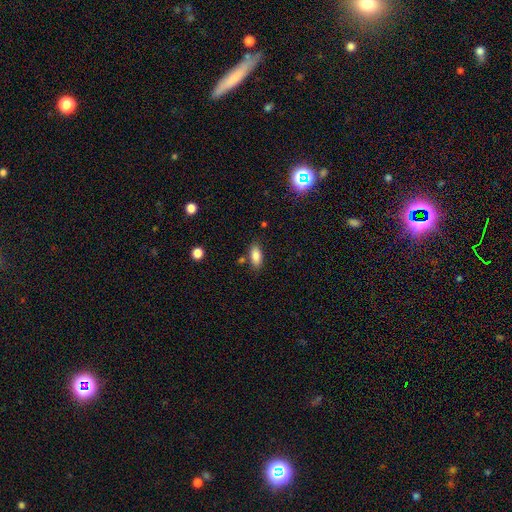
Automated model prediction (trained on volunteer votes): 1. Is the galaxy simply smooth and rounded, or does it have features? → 84% smooth, 8% star or artifact, 8% featured or disk.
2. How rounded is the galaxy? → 86% in between, 11% cigar-shaped, 3% round.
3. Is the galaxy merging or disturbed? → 81% none, 12% minor disturbance, 4% merger, 3% major disturbance.